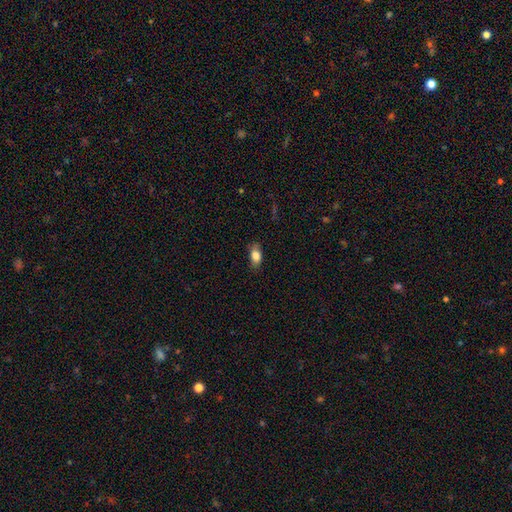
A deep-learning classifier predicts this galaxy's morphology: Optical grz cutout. It shows a smooth galaxy with no disk features (83%) that is in between round and cigar-shaped (87%). Merging: none (78%).